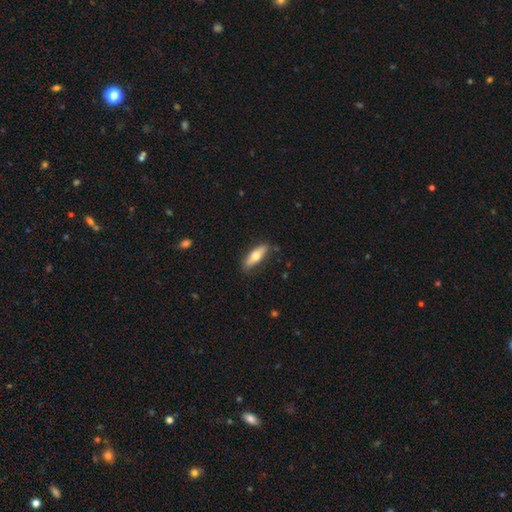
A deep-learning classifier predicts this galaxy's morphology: smooth 60%, featured or disk 34%, star or artifact 6%. Down the decision tree: how rounded — cigar-shaped (49%, tied with in between); merging — none (83%).